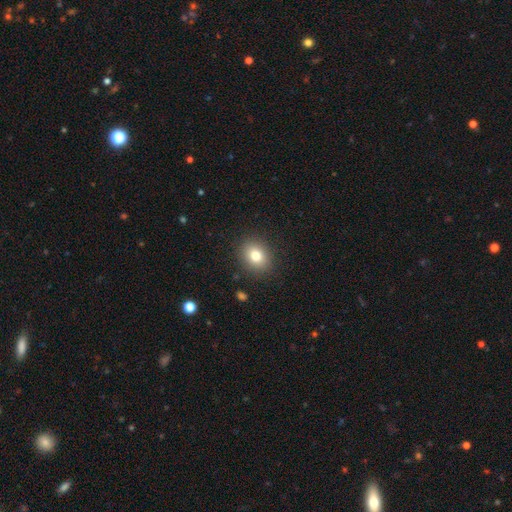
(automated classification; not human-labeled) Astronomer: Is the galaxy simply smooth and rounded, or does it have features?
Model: smooth — 79%.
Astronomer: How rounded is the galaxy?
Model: round — 58% (runner-up: in between, 41%).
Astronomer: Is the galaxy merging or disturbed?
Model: none — 88%.